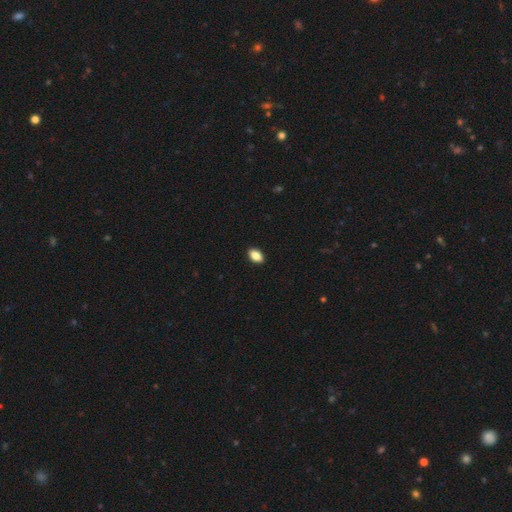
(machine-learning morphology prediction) Q: Smooth or featured?
A: smooth (86%); runner-up: star or artifact (8%)
Q: How rounded?
A: in between (89%); runner-up: round (8%)
Q: Merging?
A: none (91%); runner-up: minor disturbance (7%)